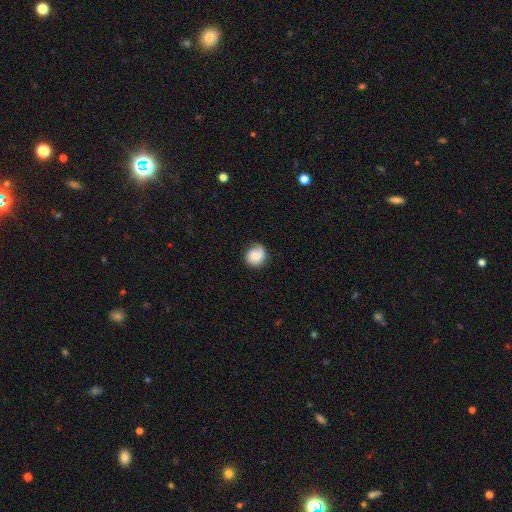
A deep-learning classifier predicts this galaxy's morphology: This is possibly a smooth galaxy (57%). How rounded: likely round (77%). Merging: likely none (62%).